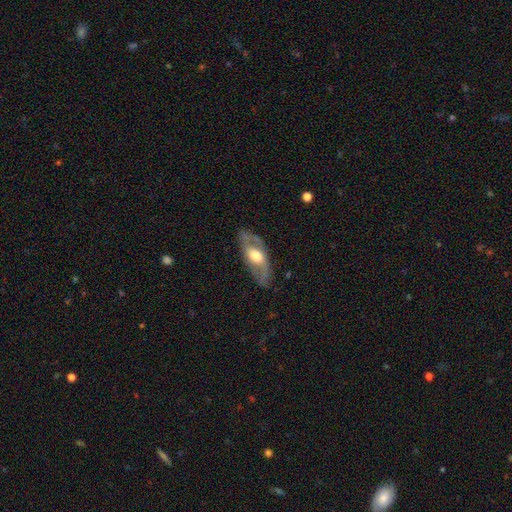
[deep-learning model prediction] A featured or disk galaxy (68%) with no bar (54%), spiral arms (66%) and a moderate central bulge (62%).

Vote fractions:
- Smooth or featured? featured or disk: 68% / smooth: 27% / star or artifact: 5%
- Edge-on disk? no: 82% / yes: 18%
- Bar? no: 54% / weak: 31% / strong: 15%
- Spiral arms? yes: 66% / no: 34%
- Bulge size? moderate: 62% / large: 25% / small: 10% / dominant: 2% / none: 1%
- Merging? none: 78% / minor disturbance: 15% / major disturbance: 6% / merger: 1%